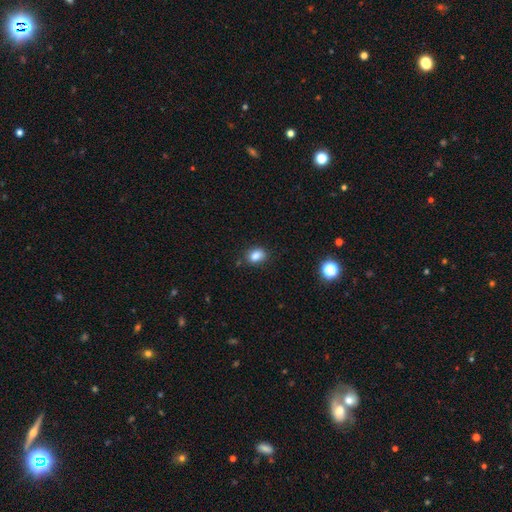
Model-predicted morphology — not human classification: This is clearly a smooth galaxy (85%). How rounded: likely in between (65%). Merging: clearly none (80%).